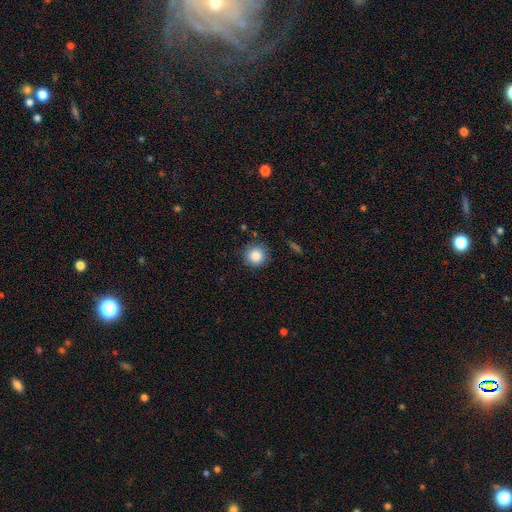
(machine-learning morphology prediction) Smooth or featured? Predicted: smooth (p=0.85). How rounded? Predicted: round (p=0.94). Merging? Predicted: none (p=0.86).